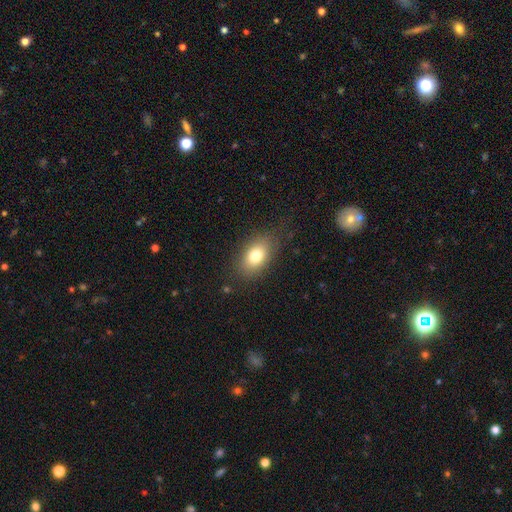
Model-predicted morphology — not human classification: smooth 77%, featured or disk 14%, star or artifact 9%. Down the decision tree: how rounded — in between (85%); merging — none (80%).